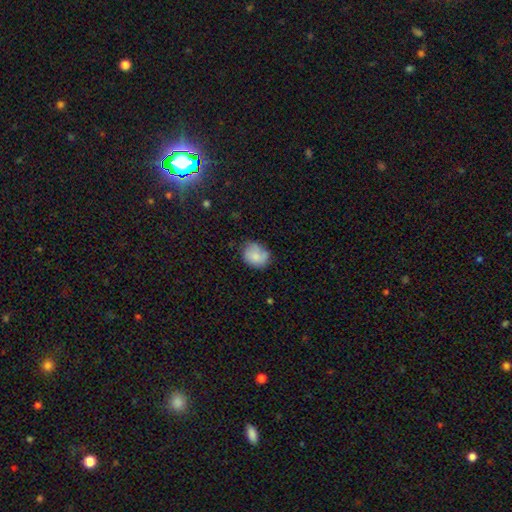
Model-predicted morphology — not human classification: type=smooth (78%); roundness=round (51%); merging=none (56%).